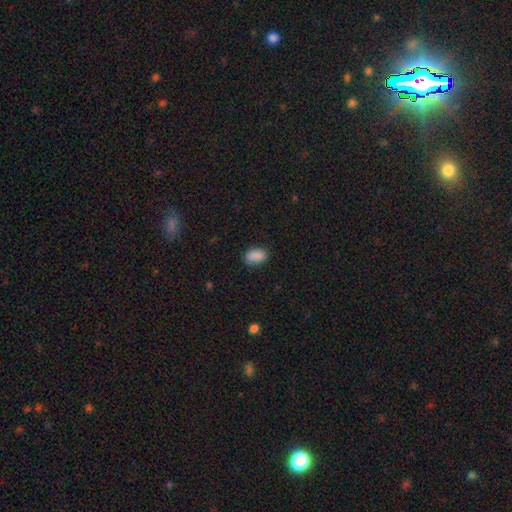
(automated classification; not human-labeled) smooth 88%, star or artifact 8%, featured or disk 4%. Down the decision tree: how rounded — in between (88%); merging — none (78%).